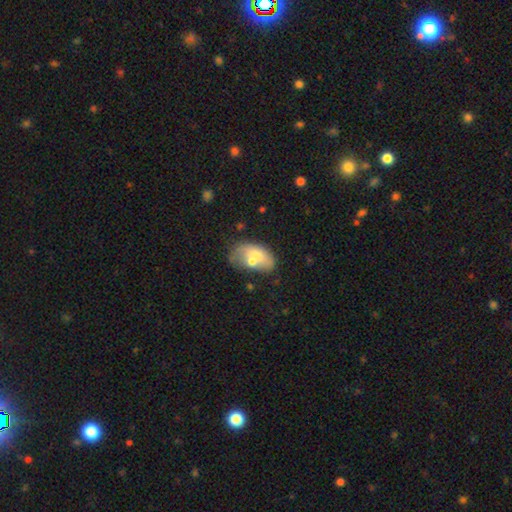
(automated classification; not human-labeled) smooth 63%, featured or disk 29%, star or artifact 8%. Down the decision tree: how rounded — in between (90%); merging — none (37%).